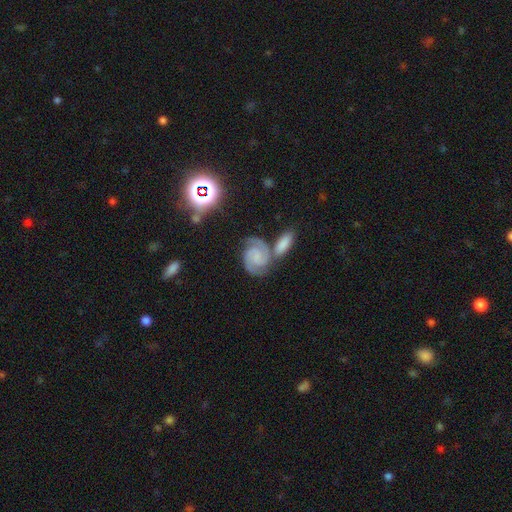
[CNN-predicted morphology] A featured or disk galaxy (81%) with no bar (57%), 2 (87%) tight (50%) spiral arms (97%) and no central bulge (47%).

Vote fractions:
- Smooth or featured? featured or disk: 81% / smooth: 12% / star or artifact: 7%
- Edge-on disk? no: 97% / yes: 3%
- Bar? no: 57% / weak: 33% / strong: 10%
- Spiral arms? yes: 97% / no: 3%
- Spiral winding? tight: 50% / medium: 42% / loose: 8%
- Spiral arm count? 2: 87% / 3: 5% / can't tell: 4% / 1: 2% / 4: 1% / more than 4: 1%
- Bulge size? none: 47% / small: 36% / moderate: 12% / large: 4% / dominant: 2%
- Merging? none: 57% / merger: 22% / minor disturbance: 15% / major disturbance: 6%